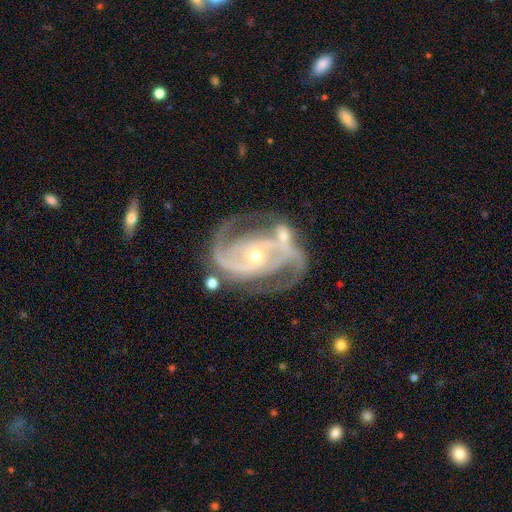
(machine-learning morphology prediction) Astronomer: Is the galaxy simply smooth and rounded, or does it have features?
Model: featured or disk — 92%.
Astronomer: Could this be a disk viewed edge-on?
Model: no — 97%.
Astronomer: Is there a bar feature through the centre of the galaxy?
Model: no — 46% (runner-up: weak, 32%).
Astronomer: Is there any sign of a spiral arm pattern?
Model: yes — 98%.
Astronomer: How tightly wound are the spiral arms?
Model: medium — 55% (runner-up: tight, 31%).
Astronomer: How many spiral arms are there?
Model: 2 — 79%.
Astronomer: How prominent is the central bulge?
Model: small — 56% (runner-up: moderate, 41%).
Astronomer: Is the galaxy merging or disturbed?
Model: none — 57%.